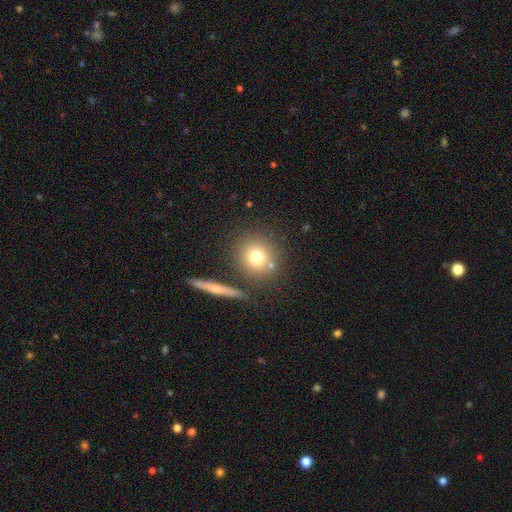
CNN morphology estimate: Q: Smooth or featured?
A: smooth (75%); runner-up: featured or disk (14%)
Q: How rounded?
A: round (88%); runner-up: in between (10%)
Q: Merging?
A: none (76%); runner-up: merger (11%)